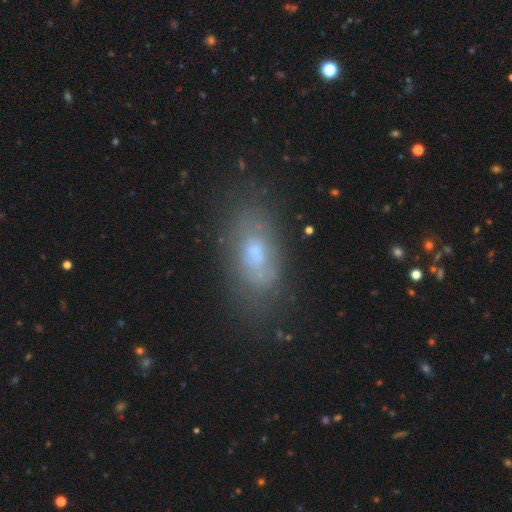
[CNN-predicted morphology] smooth 52%, featured or disk 36%, star or artifact 11%. Down the decision tree: how rounded — in between (87%); merging — none (71%).